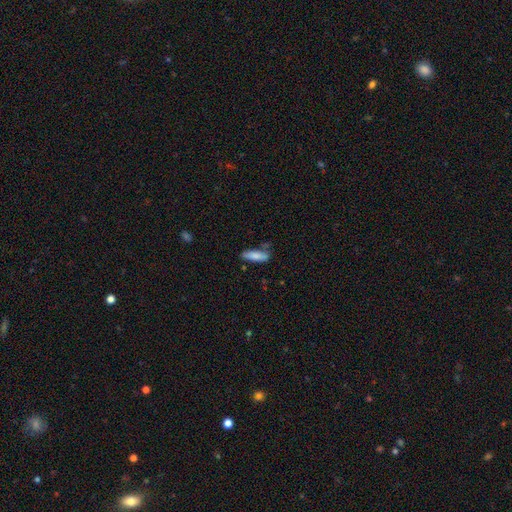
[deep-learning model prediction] This is clearly a smooth galaxy (83%). How rounded: possibly cigar-shaped (53%). Merging: likely none (72%).